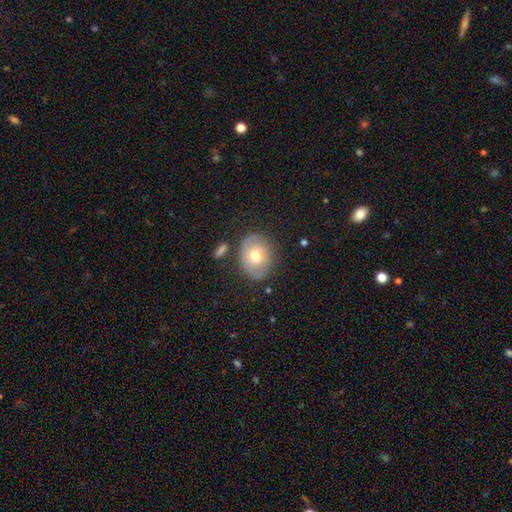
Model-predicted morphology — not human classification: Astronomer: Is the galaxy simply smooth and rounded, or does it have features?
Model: smooth — 56% (runner-up: featured or disk, 35%).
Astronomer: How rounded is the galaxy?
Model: in between — 53% (runner-up: round, 46%).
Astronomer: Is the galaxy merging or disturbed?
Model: none — 74%.